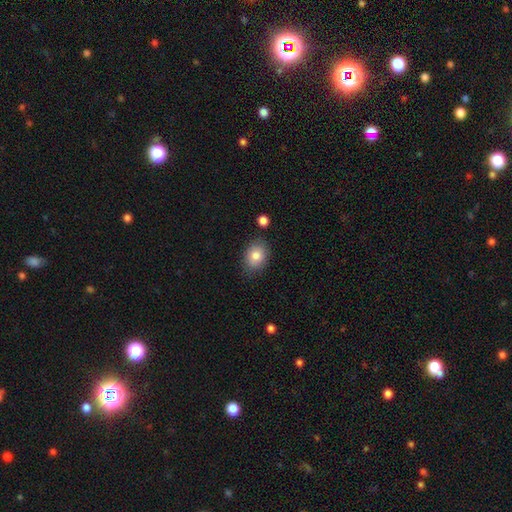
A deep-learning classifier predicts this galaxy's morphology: smooth-or-featured: smooth: 83% | featured or disk: 9% | star or artifact: 8%
  how-rounded: in between: 65% | round: 34% | cigar-shaped: 1%
  merging: none: 80% | minor disturbance: 14% | merger: 3% | major disturbance: 3%